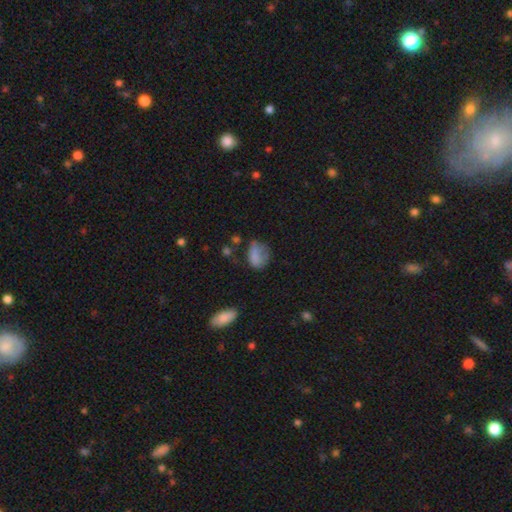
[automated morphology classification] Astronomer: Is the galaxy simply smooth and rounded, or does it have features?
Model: smooth — 75%.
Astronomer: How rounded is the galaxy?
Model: in between — 72%.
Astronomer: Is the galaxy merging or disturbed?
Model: none — 37% (runner-up: minor disturbance, 32%).